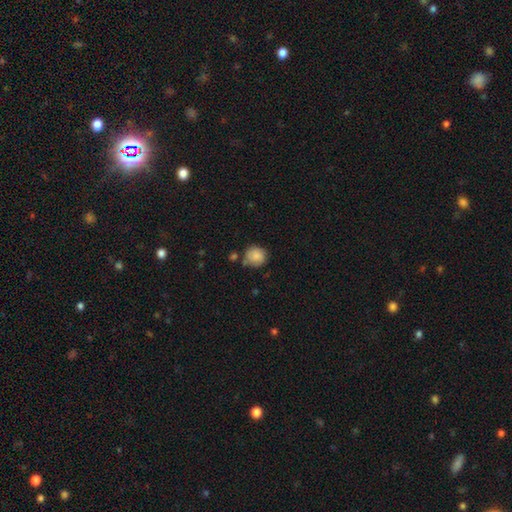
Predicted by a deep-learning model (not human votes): Smooth or featured: smooth — 86% (star or artifact — 8%)
How rounded: round — 86% (in between — 13%)
Merging: none — 68% (minor disturbance — 18%)